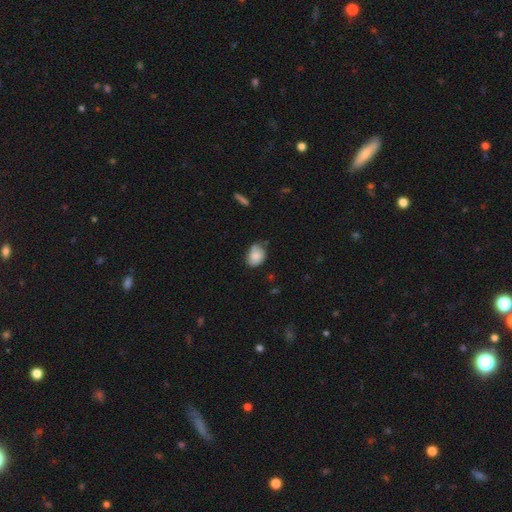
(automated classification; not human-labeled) Overall: smooth (80%). How rounded: in between (67%; round 32%). Merging: none (55%; minor disturbance 35%).